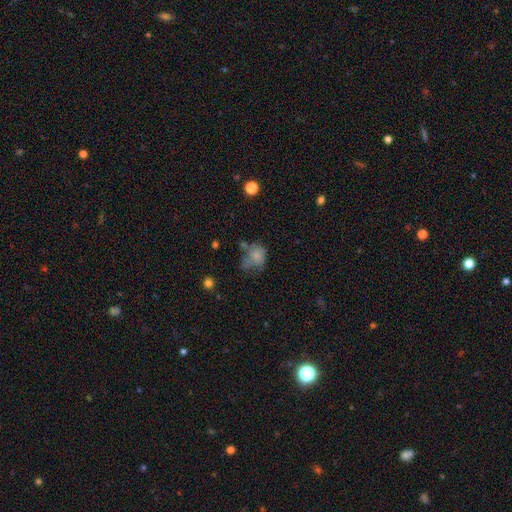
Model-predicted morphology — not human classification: This appears to be a smooth galaxy with no disk features (68%) that is round (50%). Merging: none (30%).